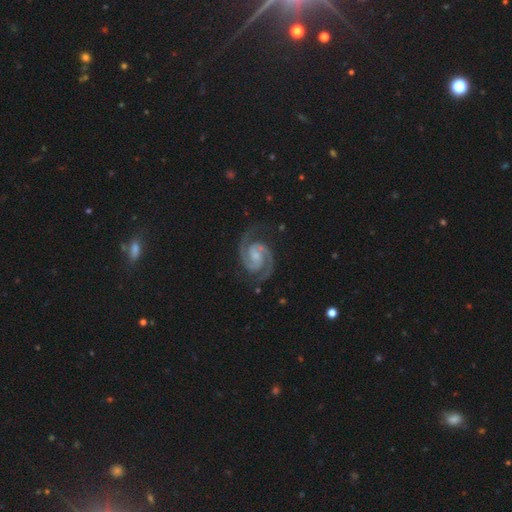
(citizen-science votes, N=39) smooth_or_featured: featured or disk (p=0.85) [alt: smooth p=0.10]
disk_edge_on: no (p=0.97) [alt: yes p=0.03]
bar: weak (p=0.47) [alt: no p=0.41]
has_spiral_arms: yes (p=1.00)
spiral_winding: tight (p=0.47) [tied with: medium p=0.47]
spiral_arm_count: 2 (p=1.00)
bulge_size: small (p=0.47) [alt: moderate p=0.41]
merging: none (p=0.84) [alt: major disturbance p=0.08]